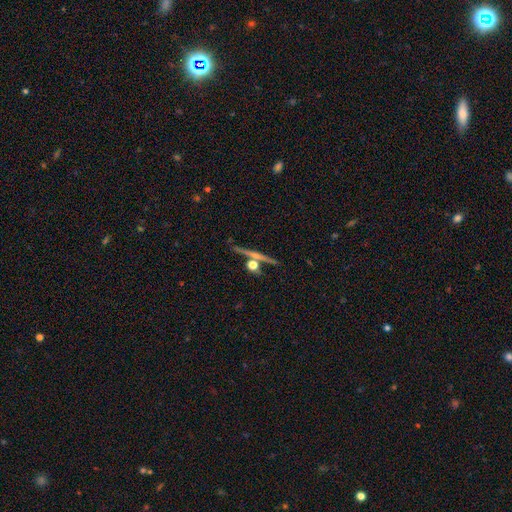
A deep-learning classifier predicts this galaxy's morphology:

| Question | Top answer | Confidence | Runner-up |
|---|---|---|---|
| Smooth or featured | featured or disk | 65% | smooth (19%) |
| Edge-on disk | yes | 94% | no (6%) |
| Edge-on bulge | rounded | 68% | none (25%) |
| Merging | none | 80% | merger (8%) |